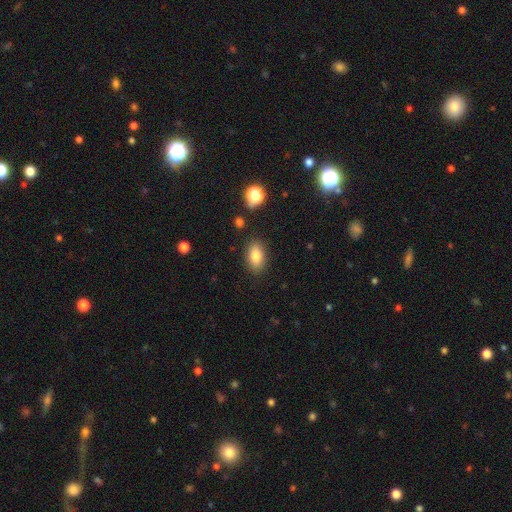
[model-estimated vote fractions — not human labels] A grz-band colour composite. It shows a smooth galaxy with no disk features (82%) that is in between round and cigar-shaped (88%). Merging: none (86%).